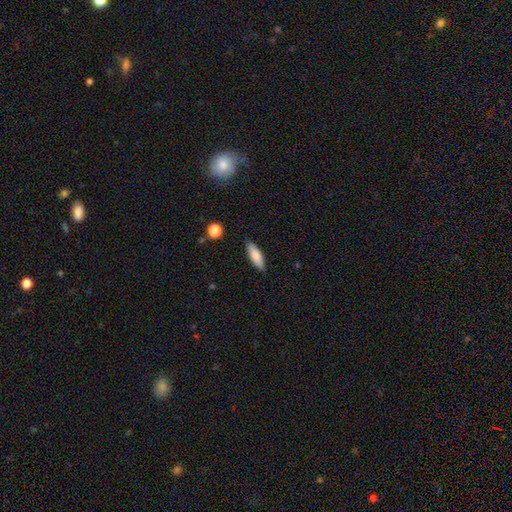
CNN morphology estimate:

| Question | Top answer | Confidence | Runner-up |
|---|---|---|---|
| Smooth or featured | smooth | 79% | featured or disk (14%) |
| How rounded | in between | 50% | cigar-shaped (48%) |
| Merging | none | 86% | minor disturbance (11%) |